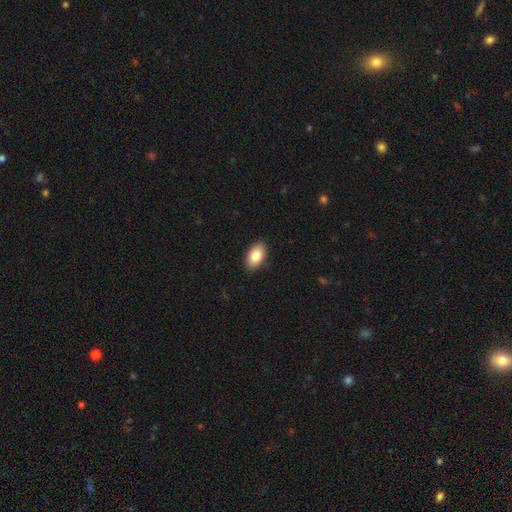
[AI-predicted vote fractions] smooth_or_featured: smooth (p=0.85) [alt: featured or disk p=0.08]
how_rounded: in between (p=0.93) [alt: round p=0.05]
merging: none (p=0.88) [alt: minor disturbance p=0.09]